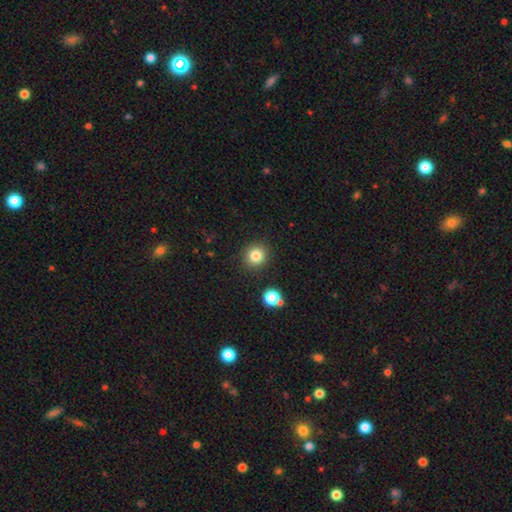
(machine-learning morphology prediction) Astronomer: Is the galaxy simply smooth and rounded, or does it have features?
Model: smooth — 82%.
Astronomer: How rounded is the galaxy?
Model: round — 91%.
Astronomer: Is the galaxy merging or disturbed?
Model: none — 89%.